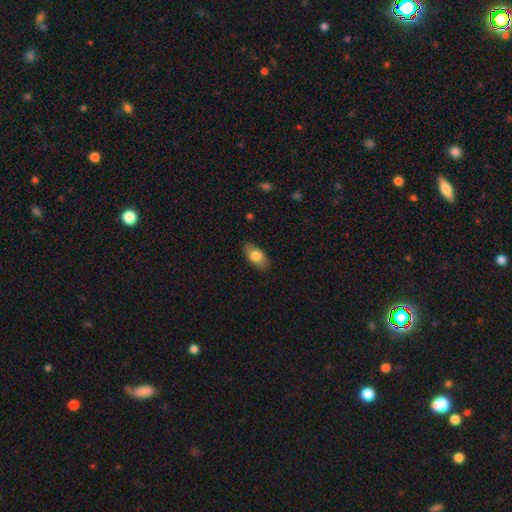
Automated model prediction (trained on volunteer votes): Overall: smooth (79%). How rounded: in between (91%). Merging: none (85%).